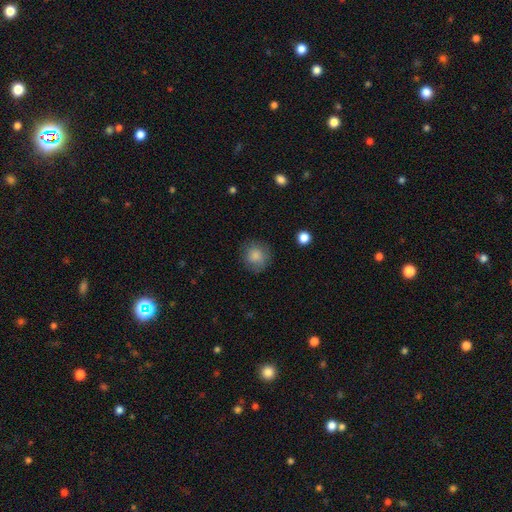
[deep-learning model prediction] Morphology: type=smooth (85%); roundness=round (88%); merging=none (81%).